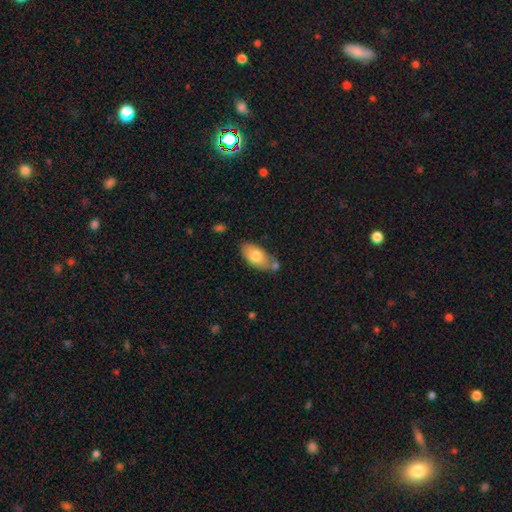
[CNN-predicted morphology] A smooth galaxy with no disk features (74%) that is in between round and cigar-shaped (92%). Merging: none (63%).